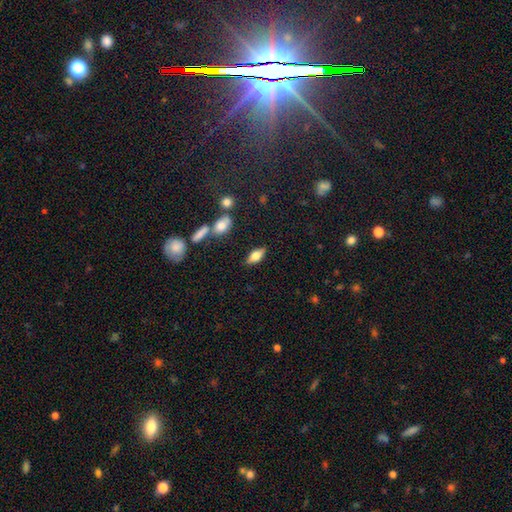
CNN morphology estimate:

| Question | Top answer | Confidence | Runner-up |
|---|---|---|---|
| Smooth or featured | smooth | 59% | featured or disk (33%) |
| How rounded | in between | 77% | cigar-shaped (18%) |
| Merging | none | 82% | minor disturbance (12%) |